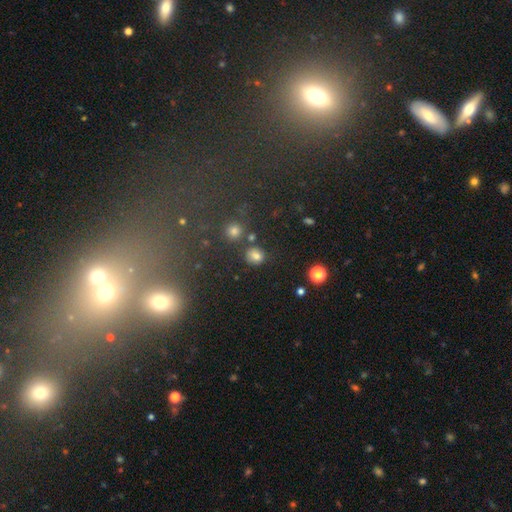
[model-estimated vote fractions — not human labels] Smooth or featured? smooth (76%)
How rounded? round (77%)
Merging? none (79%)